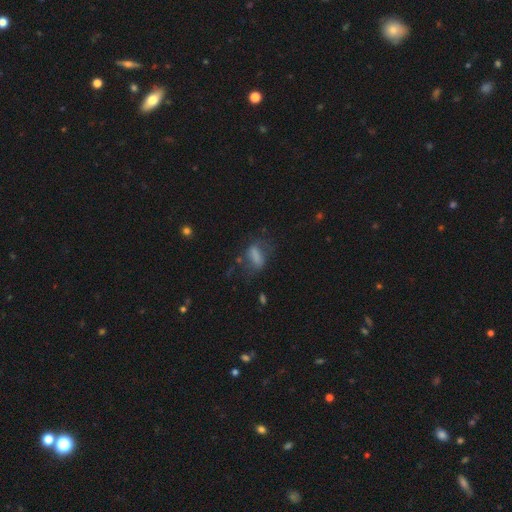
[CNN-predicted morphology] Overall: smooth (67%). How rounded: in between (72%). Merging: none (42%; major disturbance 28%).